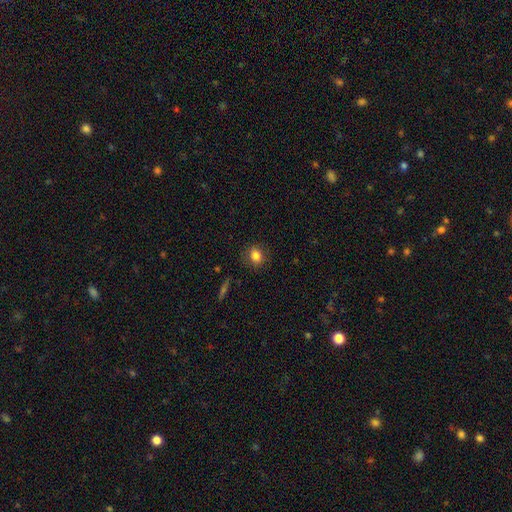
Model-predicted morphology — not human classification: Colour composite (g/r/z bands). It shows a smooth galaxy with no disk features (83%) that is round (60%). Merging: none (84%).